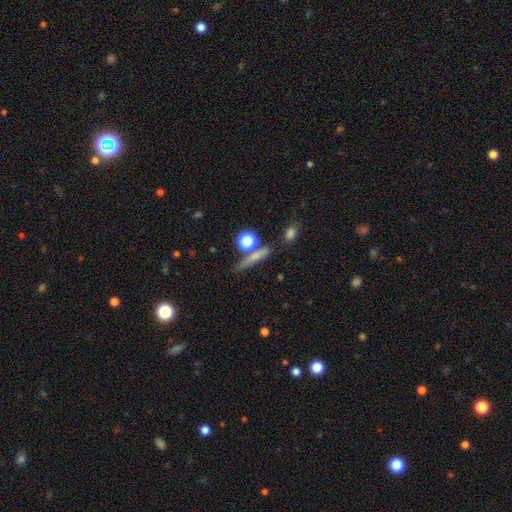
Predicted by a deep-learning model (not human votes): This appears to be a smooth galaxy with no disk features (60%) that is cigar-shaped (67%). Merging: none (67%).